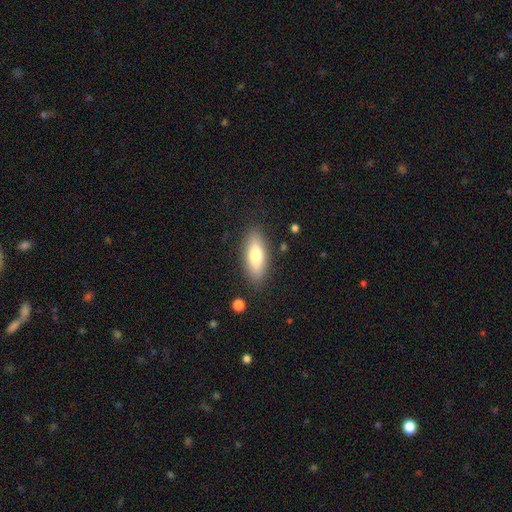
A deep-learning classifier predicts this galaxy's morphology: smooth-or-featured: smooth: 74% | featured or disk: 20% | star or artifact: 6%
  how-rounded: in between: 70% | cigar-shaped: 28% | round: 2%
  merging: none: 86% | minor disturbance: 10% | major disturbance: 3% | merger: 2%